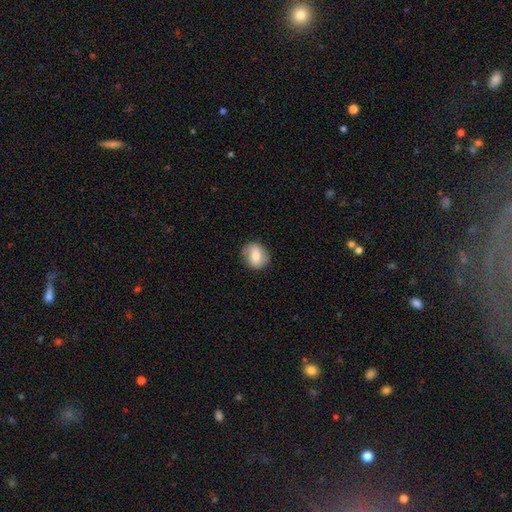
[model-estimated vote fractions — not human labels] Morphology: type=smooth (74%); roundness=round (69%); merging=none (83%).